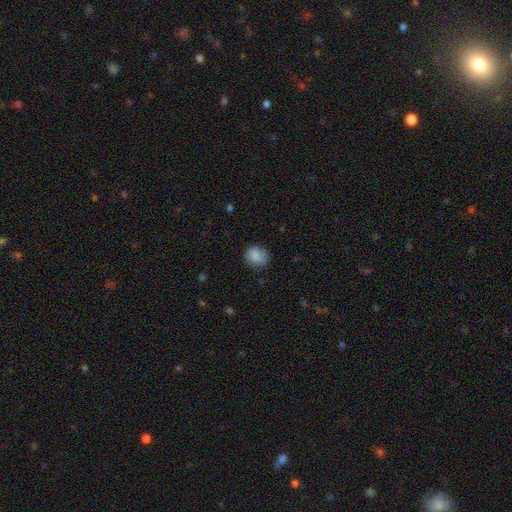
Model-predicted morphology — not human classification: This is clearly a smooth galaxy (84%). How rounded: likely round (75%). Merging: likely none (71%).